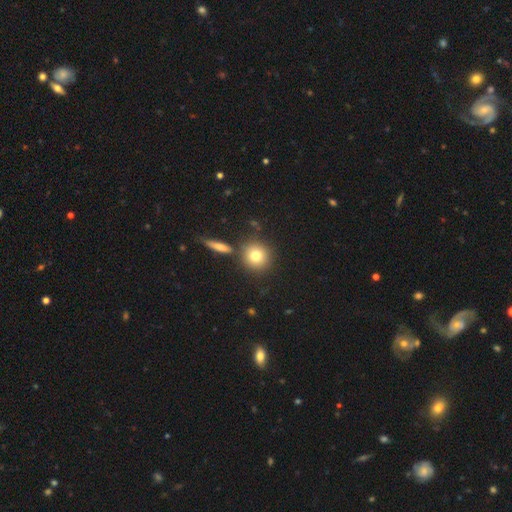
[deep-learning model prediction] This appears to be a smooth galaxy with no disk features (78%) that is round (90%). Merging: none (79%).